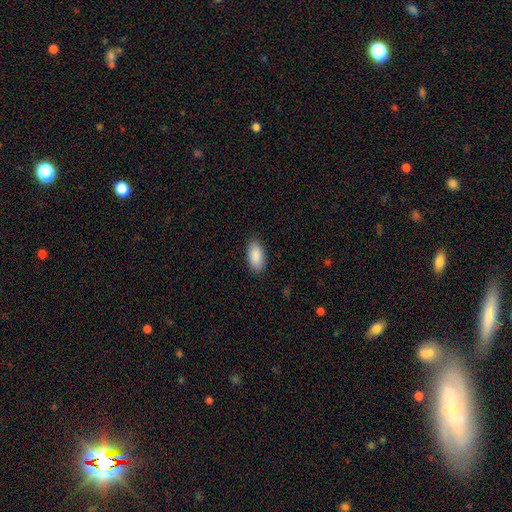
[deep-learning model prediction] A smooth galaxy with no disk features (90%) that is in between round and cigar-shaped (93%).

Vote fractions:
- Smooth or featured? smooth: 90% / star or artifact: 6% / featured or disk: 4%
- How rounded? in between: 93% / cigar-shaped: 5% / round: 2%
- Merging? none: 87% / minor disturbance: 10% / major disturbance: 2% / merger: 1%